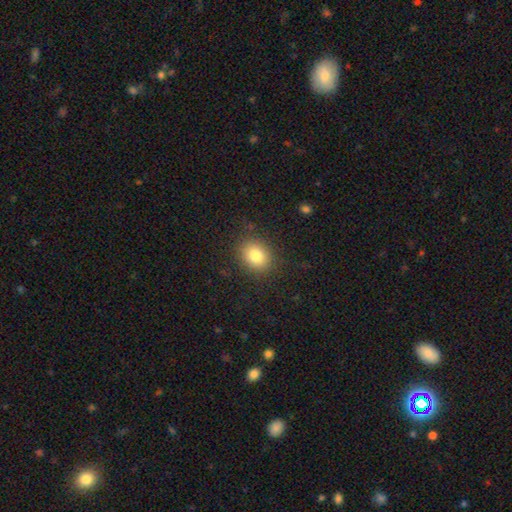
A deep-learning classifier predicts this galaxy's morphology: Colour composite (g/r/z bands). It shows a smooth galaxy with no disk features (81%) that is round (58%). Merging: none (86%).